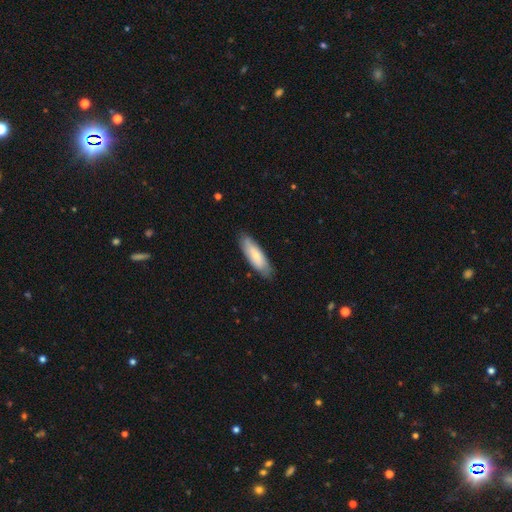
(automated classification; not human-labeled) Q: Smooth or featured?
A: smooth (70%); runner-up: featured or disk (25%)
Q: How rounded?
A: in between (52%); runner-up: cigar-shaped (47%)
Q: Merging?
A: none (82%); runner-up: minor disturbance (14%)